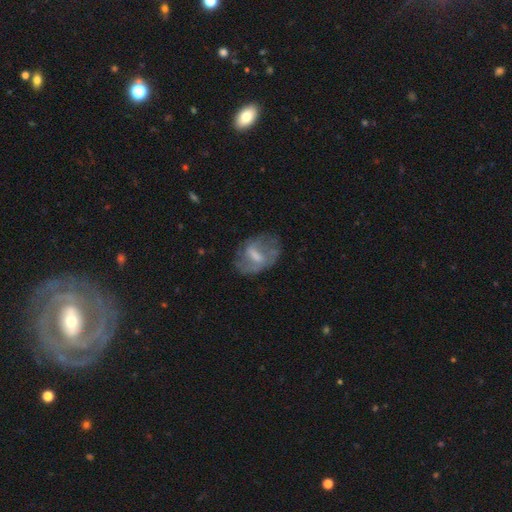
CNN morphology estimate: smooth-or-featured: featured or disk: 56% | smooth: 36% | star or artifact: 9%
  disk-edge-on: no: 95% | yes: 5%
    bar: weak: 47% | strong: 32% | no: 20%
    has-spiral-arms: no: 54% | yes: 46%
    bulge-size: moderate: 37% | none: 28% | small: 25% | large: 9% | dominant: 1%
  merging: none: 51% | minor disturbance: 25% | major disturbance: 22% | merger: 2%